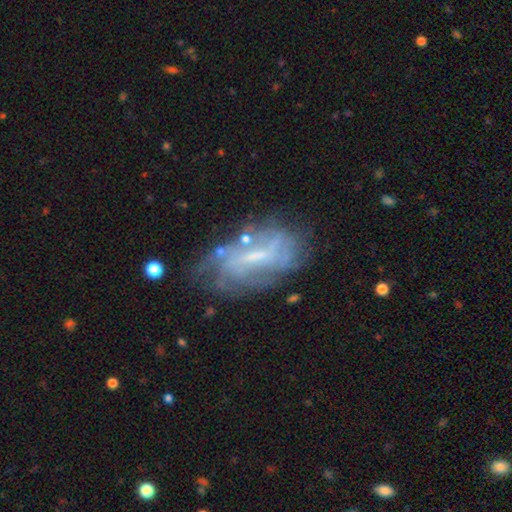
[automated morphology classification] smooth-or-featured: featured or disk: 71% | smooth: 20% | star or artifact: 10%
  disk-edge-on: no: 93% | yes: 7%
    bar: weak: 47% | no: 32% | strong: 21%
    has-spiral-arms: yes: 68% | no: 32%
    bulge-size: small: 49% | none: 26% | moderate: 23% | large: 2% | dominant: 1%
  merging: none: 58% | minor disturbance: 23% | major disturbance: 15% | merger: 5%